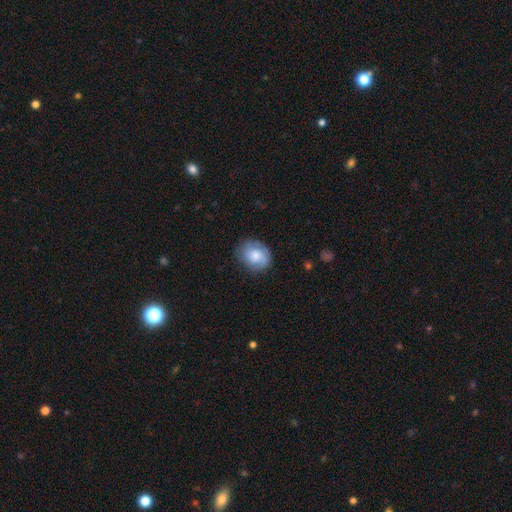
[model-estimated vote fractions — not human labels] smooth_or_featured: smooth (p=0.68) [alt: featured or disk p=0.25]
how_rounded: round (p=0.59) [alt: in between p=0.41]
merging: none (p=0.76) [alt: minor disturbance p=0.18]